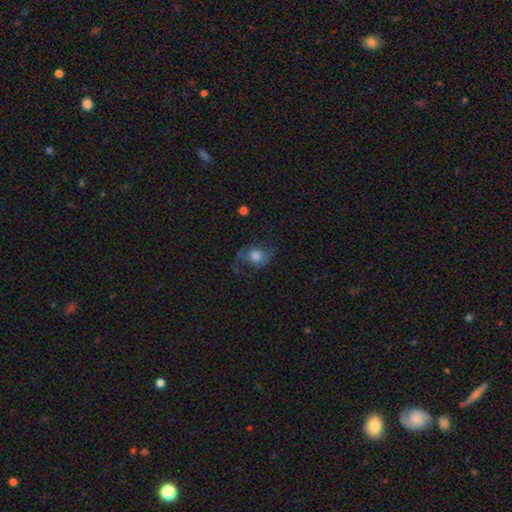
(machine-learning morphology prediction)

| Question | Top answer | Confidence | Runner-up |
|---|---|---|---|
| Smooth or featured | smooth | 46% | featured or disk (43%) |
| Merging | none | 57% | minor disturbance (21%) |